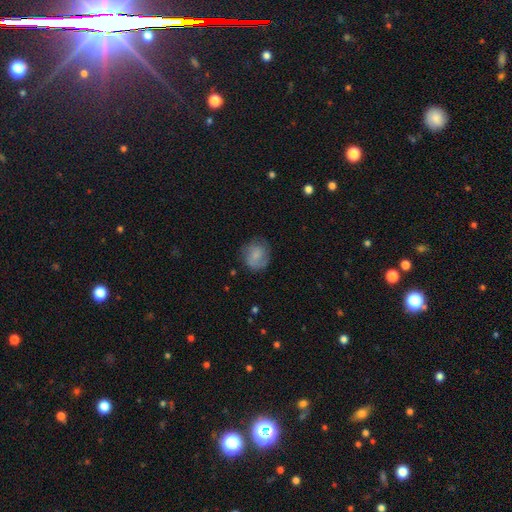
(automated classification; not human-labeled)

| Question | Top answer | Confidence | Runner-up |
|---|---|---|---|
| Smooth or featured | smooth | 64% | featured or disk (28%) |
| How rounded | round | 77% | in between (22%) |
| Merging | none | 67% | minor disturbance (21%) |